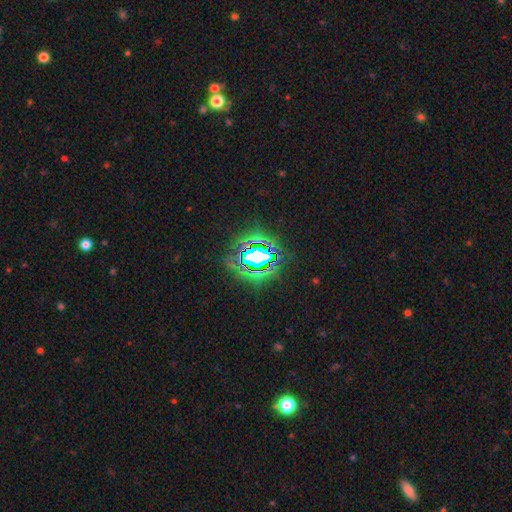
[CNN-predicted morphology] A star or artifact, not a galaxy (73%).

Vote fractions:
- Smooth or featured? star or artifact: 73% / smooth: 14% / featured or disk: 13%